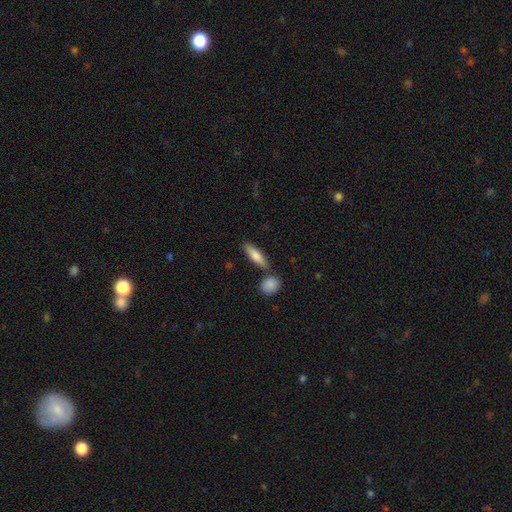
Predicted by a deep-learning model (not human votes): Smooth or featured: smooth — 78% (featured or disk — 16%)
How rounded: cigar-shaped — 57% (in between — 40%)
Merging: none — 75% (merger — 12%)